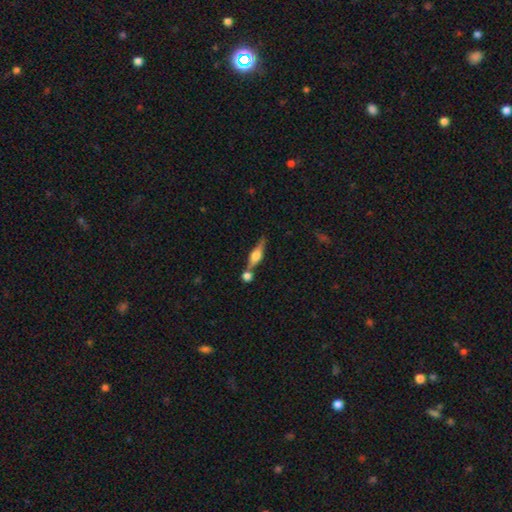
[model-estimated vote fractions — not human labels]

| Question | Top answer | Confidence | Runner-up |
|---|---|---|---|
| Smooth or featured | featured or disk | 65% | smooth (28%) |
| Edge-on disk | yes | 94% | no (6%) |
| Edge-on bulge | rounded | 88% | boxy (10%) |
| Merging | none | 62% | merger (24%) |